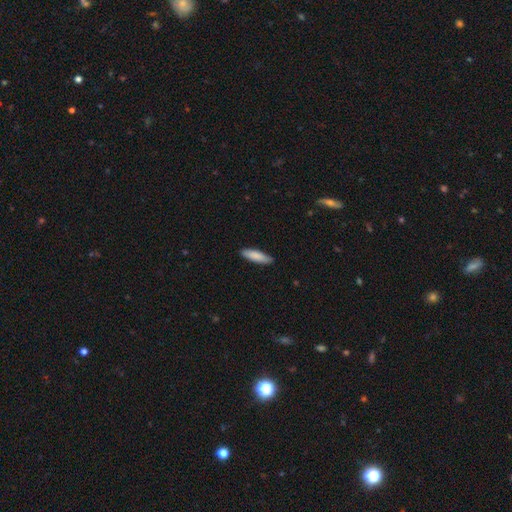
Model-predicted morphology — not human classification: This appears to be a smooth galaxy with no disk features (85%) that is cigar-shaped (66%). Merging: none (88%).